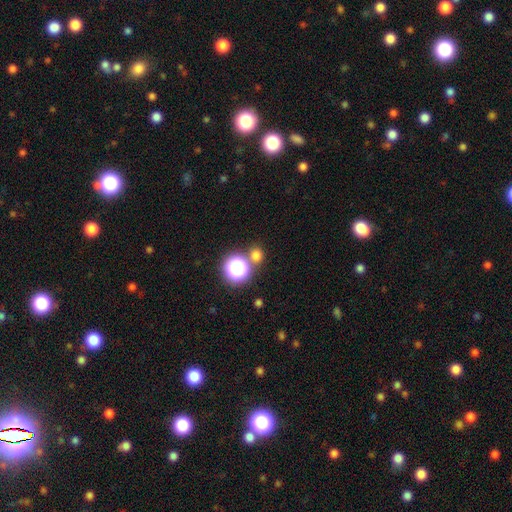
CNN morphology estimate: Smooth or featured?
  - smooth: 68% *
  - star or artifact: 26%
  - featured or disk: 6%
How rounded?
  - round: 82% *
  - in between: 17%
  - cigar-shaped: 1%
Merging?
  - none: 71% *
  - merger: 18%
  - minor disturbance: 8%
  - major disturbance: 3%